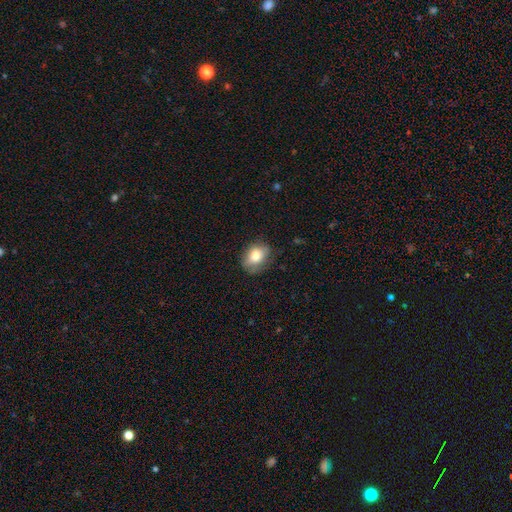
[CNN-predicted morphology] smooth 76%, featured or disk 15%, star or artifact 8%. Down the decision tree: how rounded — in between (70%); merging — none (68%).